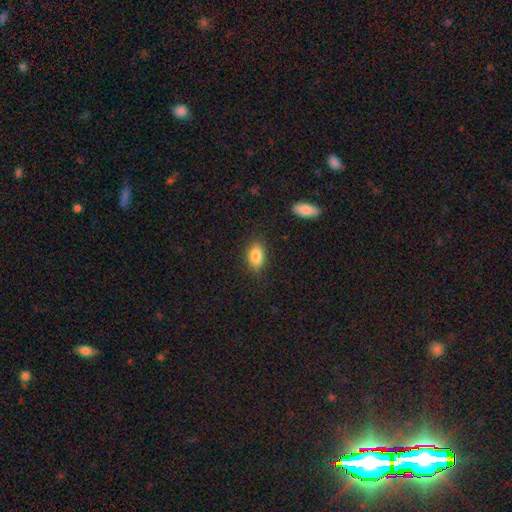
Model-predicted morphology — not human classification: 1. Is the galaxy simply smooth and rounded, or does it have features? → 84% smooth, 8% star or artifact, 8% featured or disk.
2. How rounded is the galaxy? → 87% in between, 9% round, 4% cigar-shaped.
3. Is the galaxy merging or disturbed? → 82% none, 13% minor disturbance, 3% major disturbance, 2% merger.